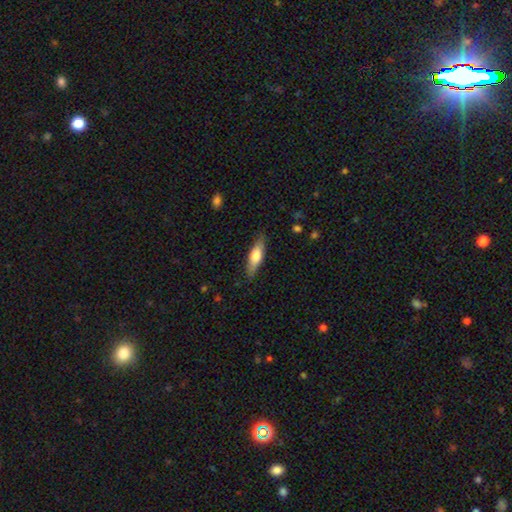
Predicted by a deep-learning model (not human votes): This is likely a smooth galaxy (63%). How rounded: possibly cigar-shaped (57%). Merging: clearly none (85%).